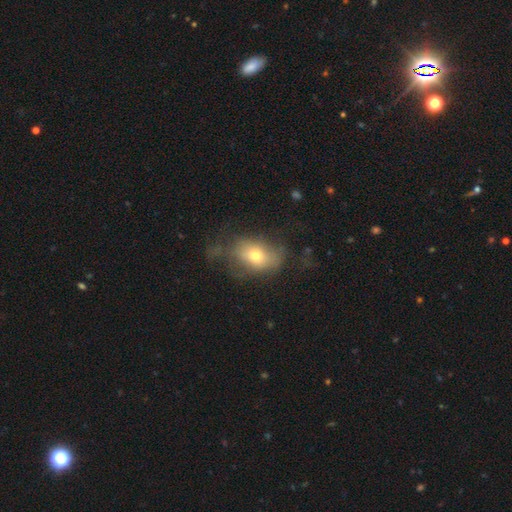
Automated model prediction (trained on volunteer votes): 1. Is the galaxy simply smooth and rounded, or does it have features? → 65% smooth, 25% featured or disk, 11% star or artifact.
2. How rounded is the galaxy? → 74% in between, 25% round, 2% cigar-shaped.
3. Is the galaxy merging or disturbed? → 42% none, 28% major disturbance, 27% minor disturbance, 3% merger.